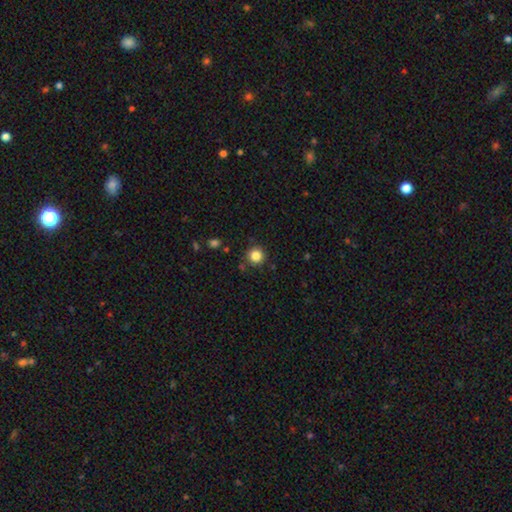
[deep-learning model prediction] This is clearly a smooth galaxy (84%). How rounded: clearly round (95%). Merging: clearly none (88%).